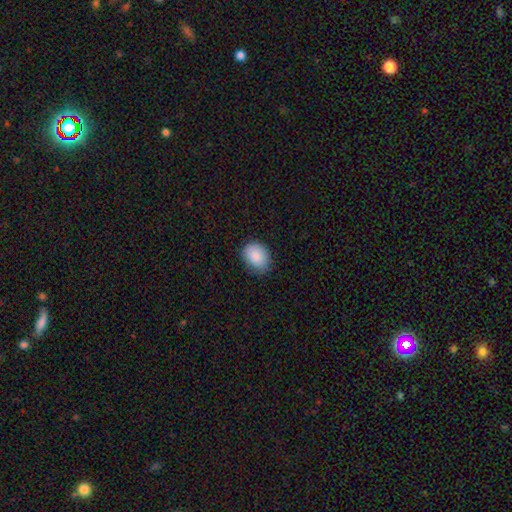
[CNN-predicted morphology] This appears to be a smooth galaxy with no disk features (88%) that is in between round and cigar-shaped (59%). Merging: none (75%).